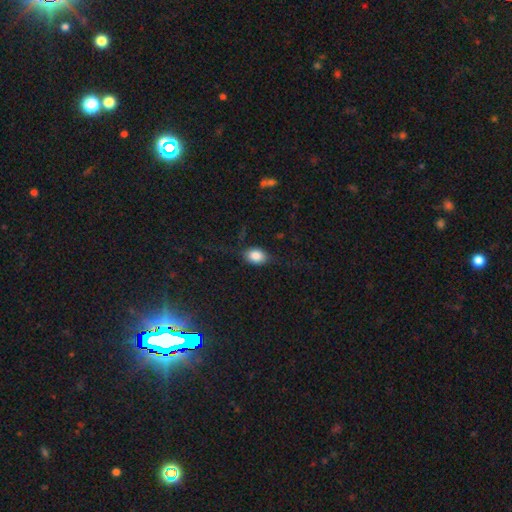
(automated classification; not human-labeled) smooth 79%, featured or disk 12%, star or artifact 9%. Down the decision tree: how rounded — in between (73%); merging — none (70%).